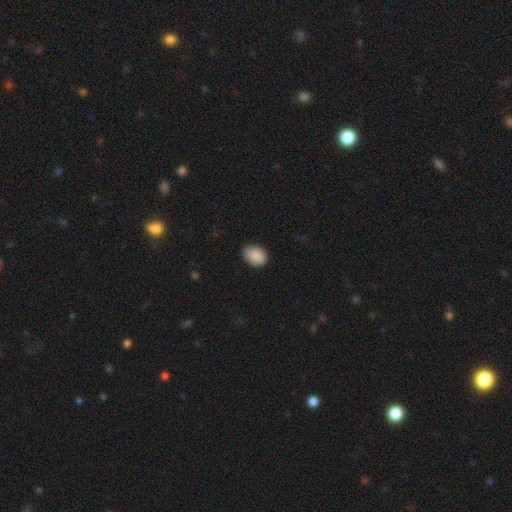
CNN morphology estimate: A smooth galaxy with no disk features (89%) that is in between round and cigar-shaped (77%).

Vote fractions:
- Smooth or featured? smooth: 89% / star or artifact: 7% / featured or disk: 4%
- How rounded? in between: 77% / round: 22% / cigar-shaped: 1%
- Merging? none: 79% / minor disturbance: 17% / major disturbance: 3% / merger: 1%